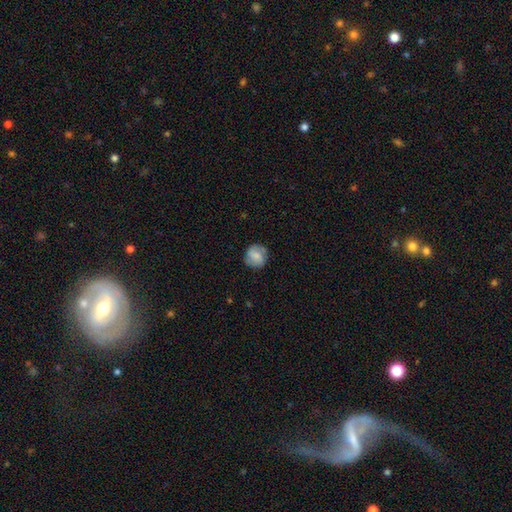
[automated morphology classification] This appears to be a smooth galaxy with no disk features (57%) that is round (84%). Merging: none (76%).